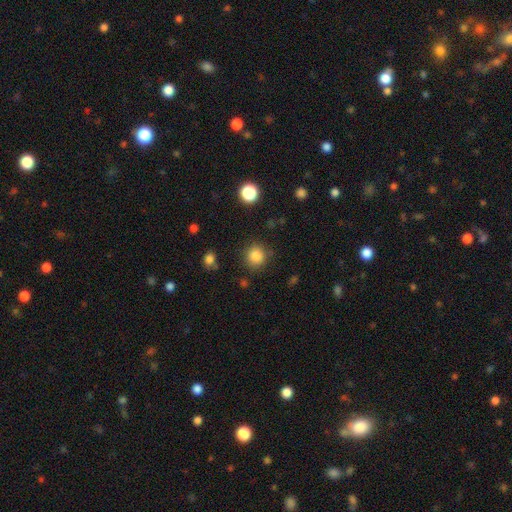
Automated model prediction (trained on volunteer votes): smooth_or_featured: smooth (p=0.85) [alt: star or artifact p=0.11]
how_rounded: round (p=0.89) [alt: in between p=0.10]
merging: none (p=0.83) [alt: minor disturbance p=0.11]